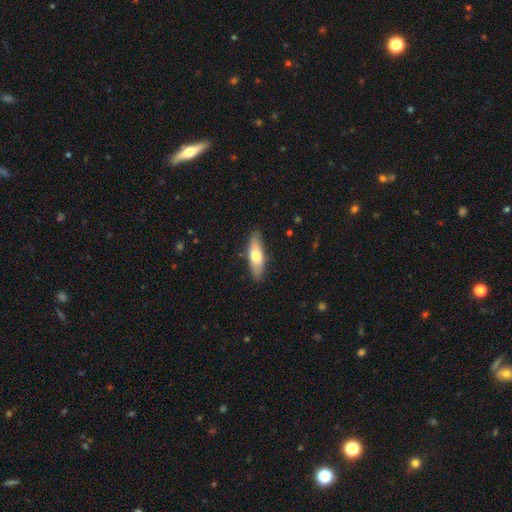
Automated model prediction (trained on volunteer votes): smooth-or-featured: smooth: 64% | featured or disk: 30% | star or artifact: 6%
  how-rounded: in between: 50% | cigar-shaped: 48% | round: 2%
  merging: none: 85% | minor disturbance: 11% | major disturbance: 2% | merger: 1%